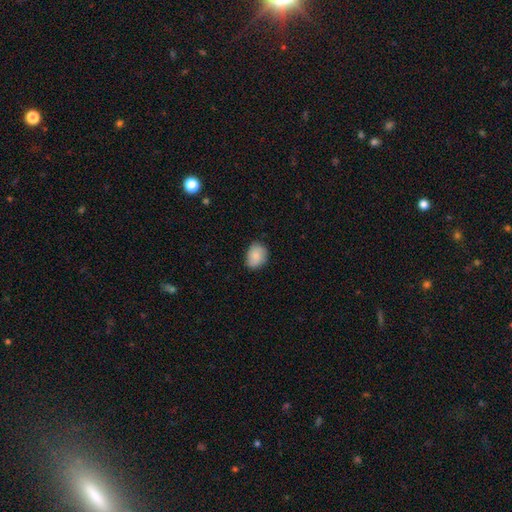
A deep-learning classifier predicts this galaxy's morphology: smooth-or-featured: smooth: 83% | featured or disk: 10% | star or artifact: 7%
  how-rounded: in between: 61% | round: 38% | cigar-shaped: 1%
  merging: none: 79% | minor disturbance: 17% | major disturbance: 3% | merger: 1%